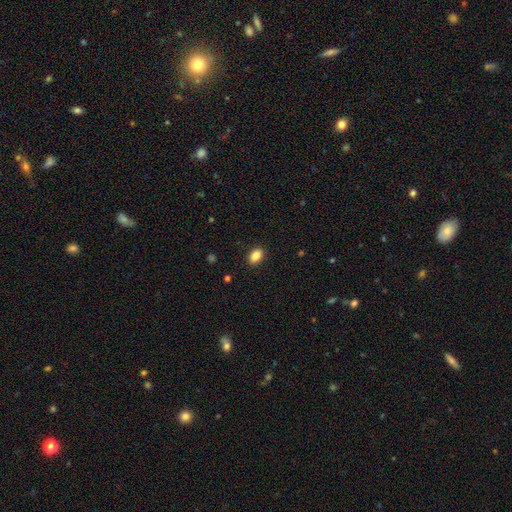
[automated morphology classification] Smooth or featured? smooth (86%)
How rounded? in between (87%)
Merging? none (89%)